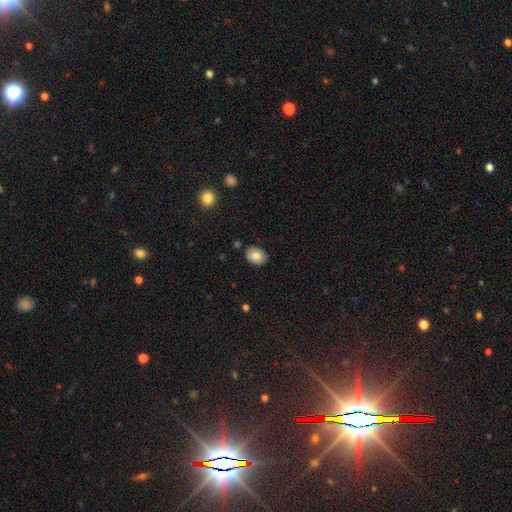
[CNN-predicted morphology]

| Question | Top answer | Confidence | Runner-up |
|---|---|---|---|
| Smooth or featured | smooth | 78% | featured or disk (14%) |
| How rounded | in between | 61% | round (38%) |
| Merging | none | 85% | minor disturbance (11%) |